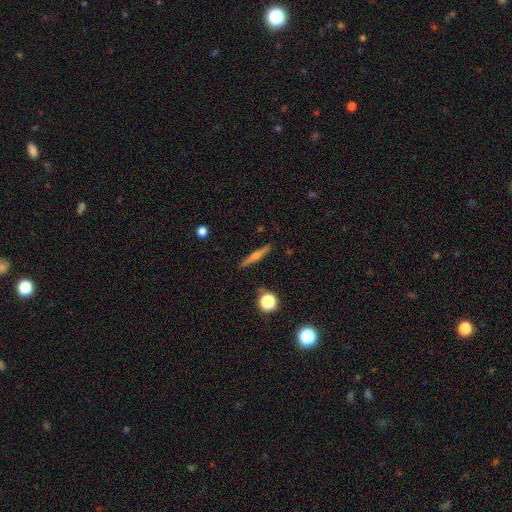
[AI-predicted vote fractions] Smooth or featured?
  - featured or disk: 57% *
  - smooth: 36%
  - star or artifact: 8%
Edge-on disk?
  - yes: 97% *
  - no: 3%
Edge-on bulge?
  - rounded: 83% *
  - none: 11%
  - boxy: 7%
Merging?
  - none: 90% *
  - minor disturbance: 7%
  - major disturbance: 2%
  - merger: 2%